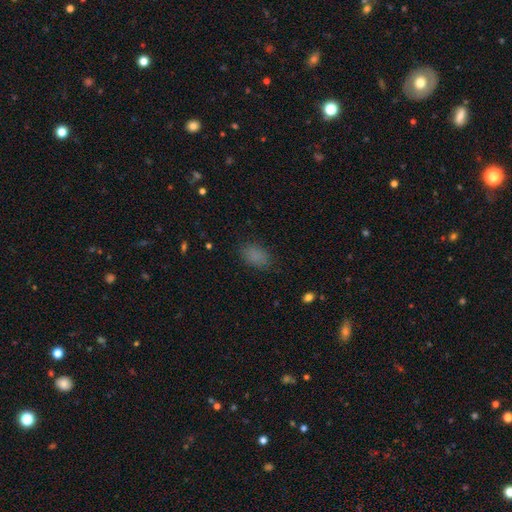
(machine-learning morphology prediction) Q: Smooth or featured?
A: smooth (83%); runner-up: star or artifact (12%)
Q: How rounded?
A: in between (89%); runner-up: round (9%)
Q: Merging?
A: none (81%); runner-up: minor disturbance (13%)